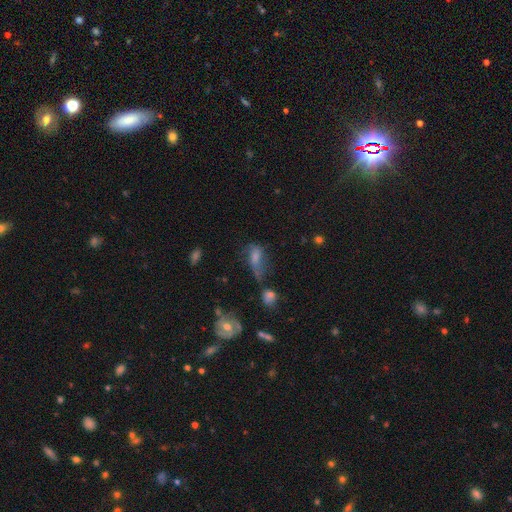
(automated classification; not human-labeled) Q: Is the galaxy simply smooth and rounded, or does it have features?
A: smooth — 47%.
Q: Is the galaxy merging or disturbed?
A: none — 36%.